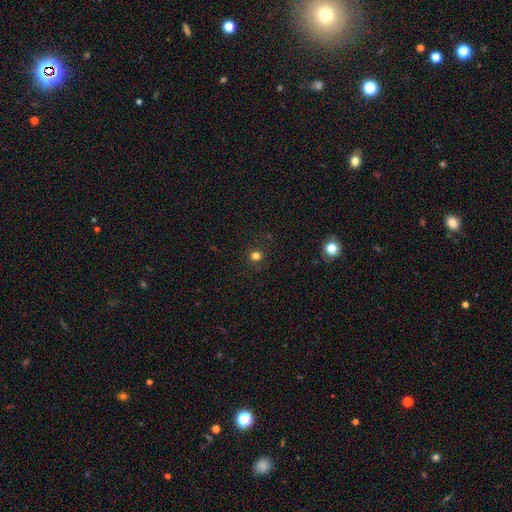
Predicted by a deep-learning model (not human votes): Smooth or featured: smooth — 77% (star or artifact — 18%)
How rounded: round — 88% (in between — 11%)
Merging: none — 89% (minor disturbance — 7%)